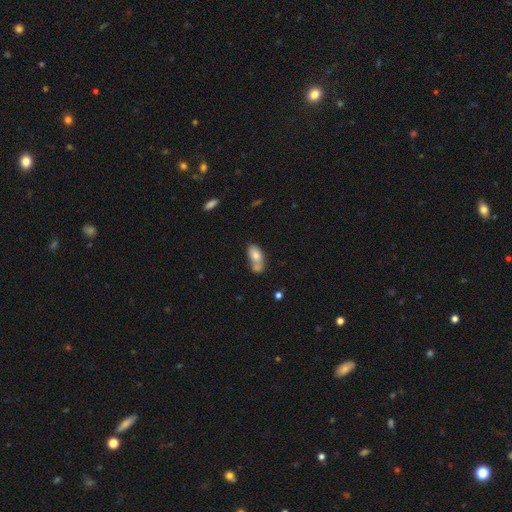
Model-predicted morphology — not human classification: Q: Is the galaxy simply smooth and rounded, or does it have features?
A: smooth — 75%.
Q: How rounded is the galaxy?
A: in between — 88%.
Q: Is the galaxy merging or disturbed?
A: merger — 47%.